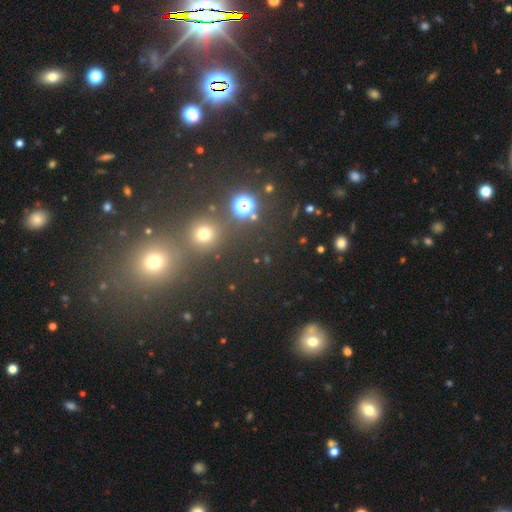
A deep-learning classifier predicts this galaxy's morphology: type=star or artifact (54%).